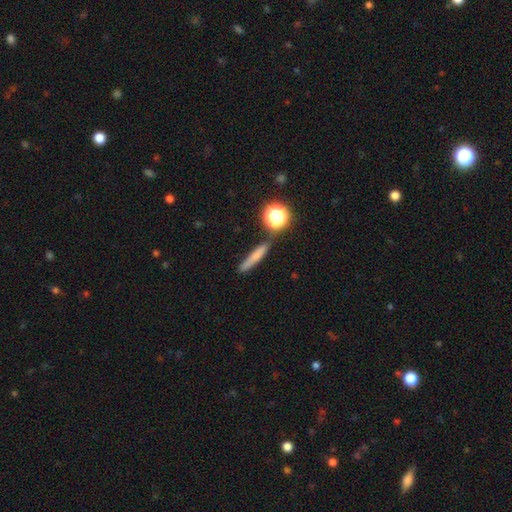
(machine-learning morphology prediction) A smooth galaxy with no disk features (67%) that is cigar-shaped (78%).

Vote fractions:
- Smooth or featured? smooth: 67% / featured or disk: 19% / star or artifact: 13%
- How rounded? cigar-shaped: 78% / round: 12% / in between: 10%
- Merging? none: 78% / minor disturbance: 12% / merger: 7% / major disturbance: 4%